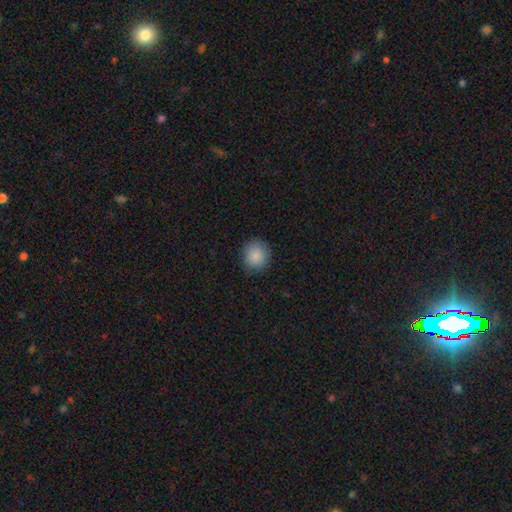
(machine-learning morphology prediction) smooth_or_featured: smooth (p=0.88) [alt: star or artifact p=0.08]
how_rounded: round (p=0.83) [alt: in between p=0.16]
merging: none (p=0.85) [alt: minor disturbance p=0.12]